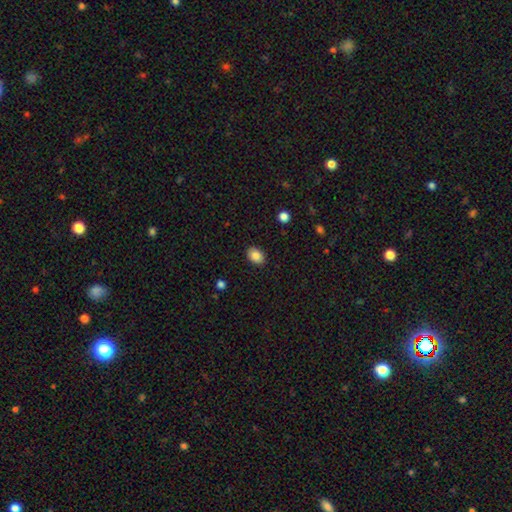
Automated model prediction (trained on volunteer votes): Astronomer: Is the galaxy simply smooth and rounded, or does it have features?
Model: smooth — 86%.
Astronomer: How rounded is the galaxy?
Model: in between — 73%.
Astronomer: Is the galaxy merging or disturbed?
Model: none — 90%.